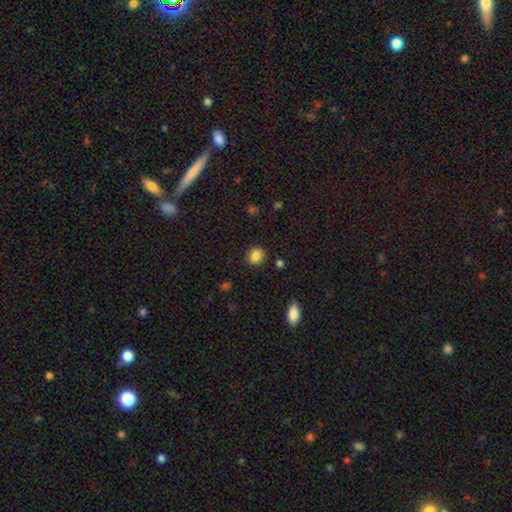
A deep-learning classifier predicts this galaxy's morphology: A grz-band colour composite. It shows a smooth galaxy with no disk features (85%) that is round (79%). Merging: none (87%).